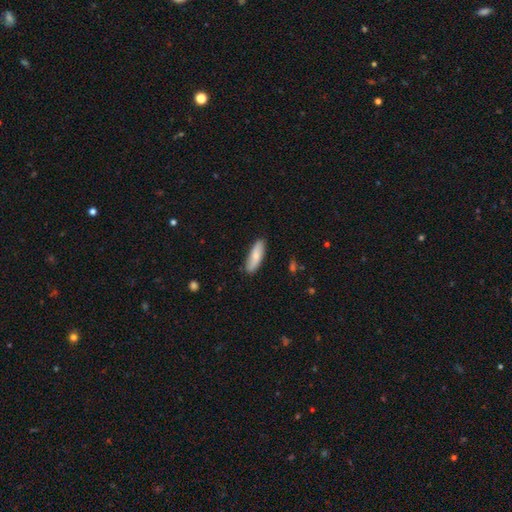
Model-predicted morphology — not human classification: This is likely a smooth galaxy (72%). How rounded: possibly cigar-shaped (51%). Merging: clearly none (84%).